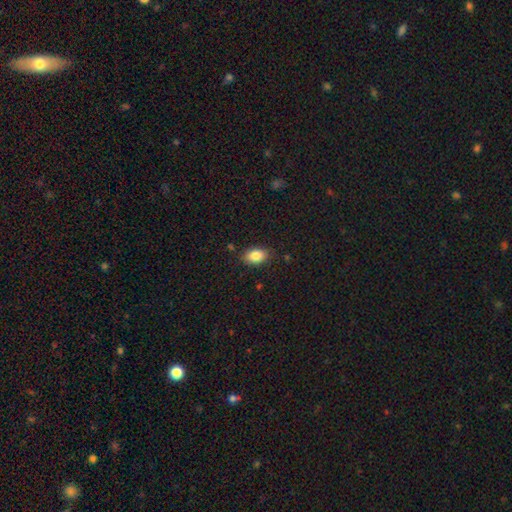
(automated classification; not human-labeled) smooth 85%, star or artifact 8%, featured or disk 7%. Down the decision tree: how rounded — in between (88%); merging — none (84%).